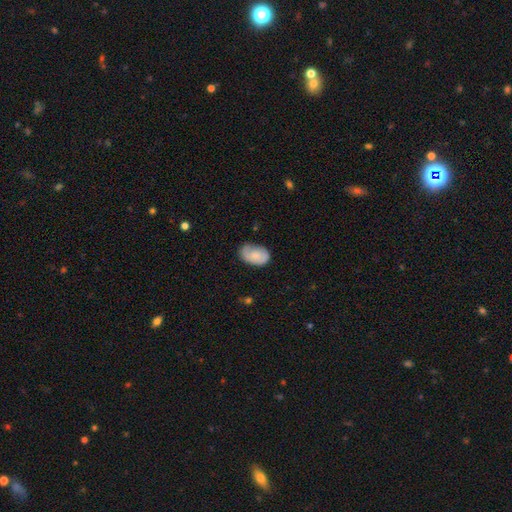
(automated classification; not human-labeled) smooth 69%, featured or disk 25%, star or artifact 7%. Down the decision tree: how rounded — in between (89%); merging — none (59%).